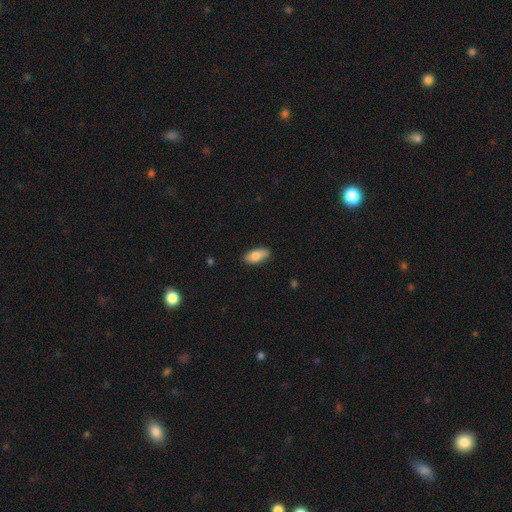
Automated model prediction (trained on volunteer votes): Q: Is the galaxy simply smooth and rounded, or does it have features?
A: smooth — 81%.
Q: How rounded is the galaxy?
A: in between — 88%.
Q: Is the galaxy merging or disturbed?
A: none — 85%.